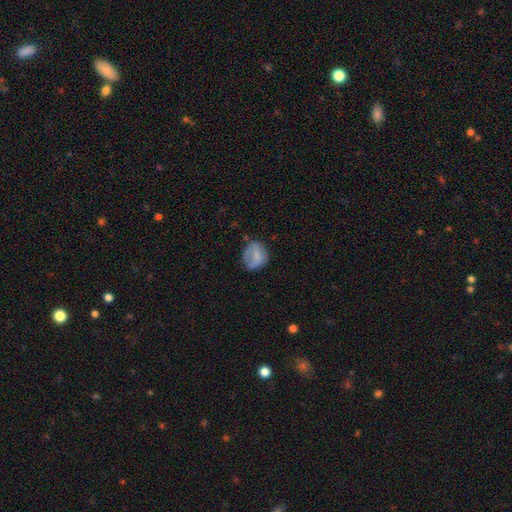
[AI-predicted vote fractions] The model was most divided on "how rounded": round: 63%, in between: 36%, cigar-shaped: 1%. More confident: smooth or featured — smooth (69%); merging — none (56%).